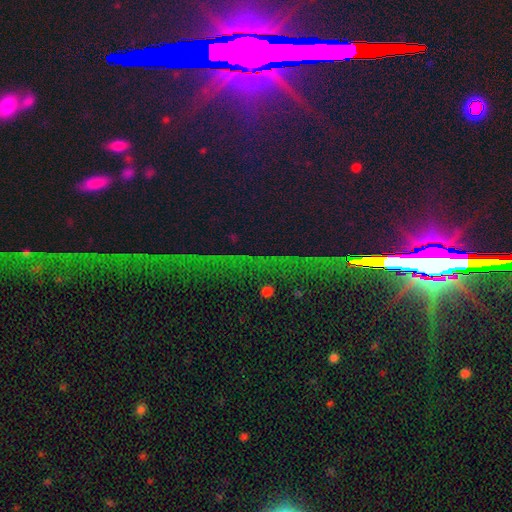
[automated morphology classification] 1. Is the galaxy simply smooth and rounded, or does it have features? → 86% star or artifact, 8% featured or disk, 6% smooth.